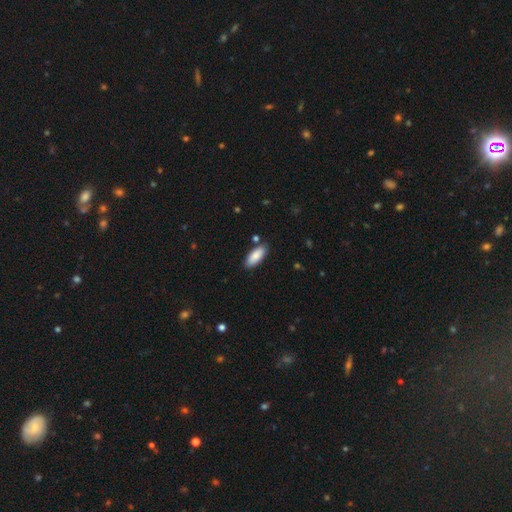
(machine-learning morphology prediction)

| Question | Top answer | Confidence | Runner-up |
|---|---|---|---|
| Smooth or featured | smooth | 87% | featured or disk (7%) |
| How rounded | in between | 81% | cigar-shaped (17%) |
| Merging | none | 85% | minor disturbance (10%) |